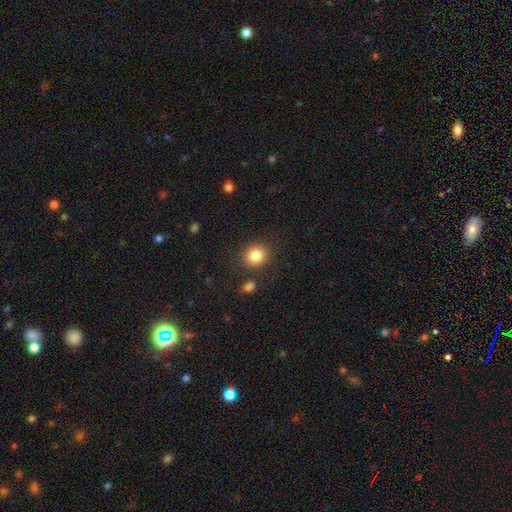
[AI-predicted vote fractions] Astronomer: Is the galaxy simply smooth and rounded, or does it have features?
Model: smooth — 84%.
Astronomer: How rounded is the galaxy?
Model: round — 80%.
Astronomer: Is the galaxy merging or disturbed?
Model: none — 85%.